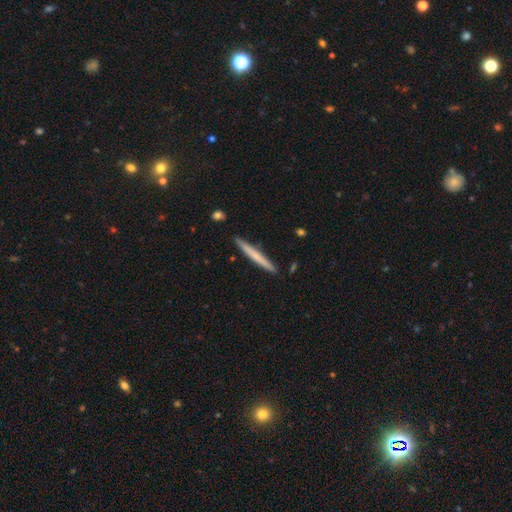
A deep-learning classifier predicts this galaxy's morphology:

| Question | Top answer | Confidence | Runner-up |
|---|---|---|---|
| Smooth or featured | smooth | 60% | featured or disk (35%) |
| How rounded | cigar-shaped | 97% | in between (2%) |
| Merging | none | 90% | minor disturbance (7%) |